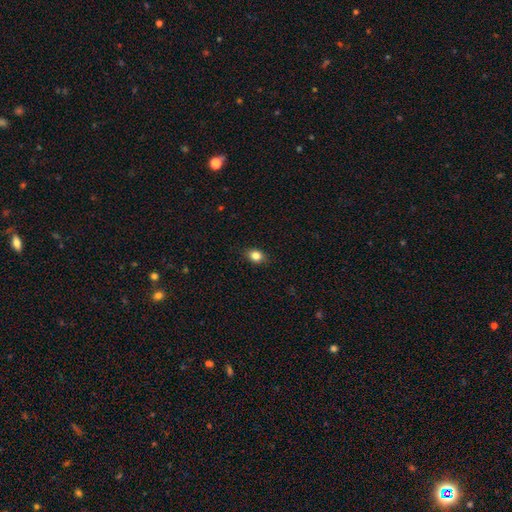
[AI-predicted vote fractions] A smooth galaxy with no disk features (83%) that is in between round and cigar-shaped (59%).

Vote fractions:
- Smooth or featured? smooth: 83% / star or artifact: 10% / featured or disk: 7%
- How rounded? in between: 59% / round: 39% / cigar-shaped: 2%
- Merging? none: 87% / minor disturbance: 10% / major disturbance: 2% / merger: 1%